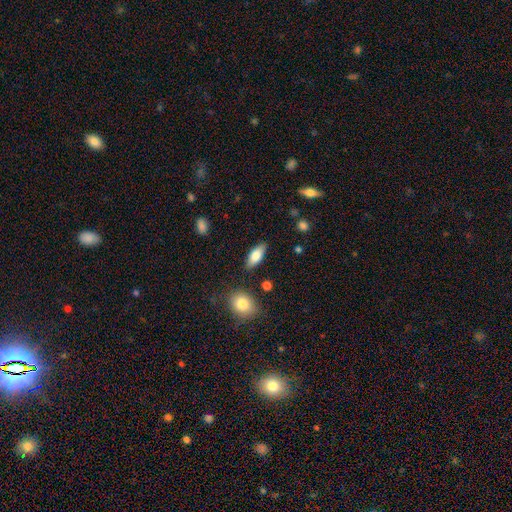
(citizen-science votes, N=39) Smooth or featured: smooth — 69% (featured or disk — 23%)
How rounded: in between — 96% (cigar-shaped — 4%)
Merging: none — 75% (minor disturbance — 19%)